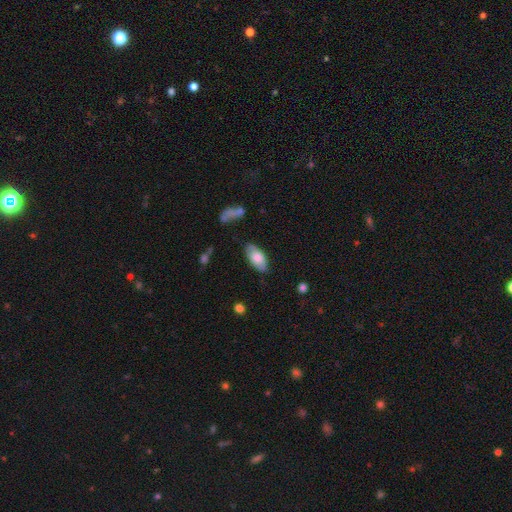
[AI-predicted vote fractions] Smooth or featured? smooth (73%)
How rounded? in between (92%)
Merging? none (80%)